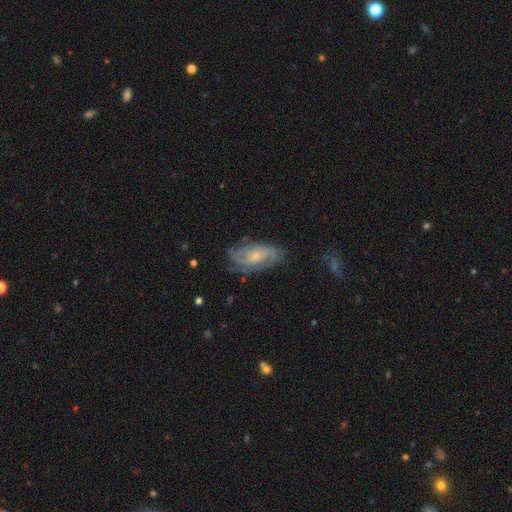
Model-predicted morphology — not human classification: The model was most divided on "spiral winding": tight: 45%, medium: 40%, loose: 15%. Remaining: edge-on disk — no (94%); spiral arms — yes (91%); smooth or featured — featured or disk (73%); merging — none (69%); bar — no (69%); bulge size — small (53%); spiral arm count — 2 (38%).